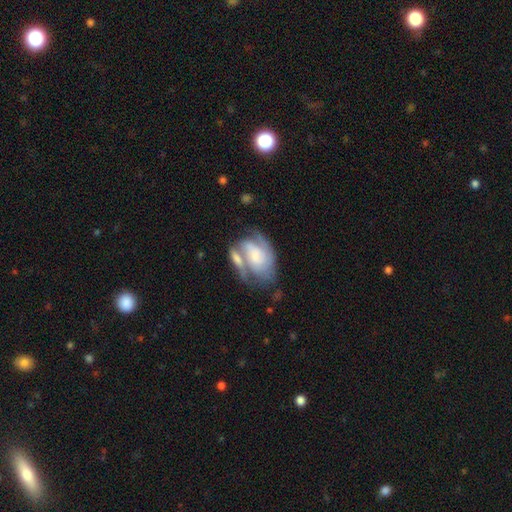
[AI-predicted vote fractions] This appears to be a featured or disk galaxy (70%) with no bar (58%), 2 (52%) tight (47%) spiral arms (87%) and a small central bulge (40%). Merging: merger (35%).